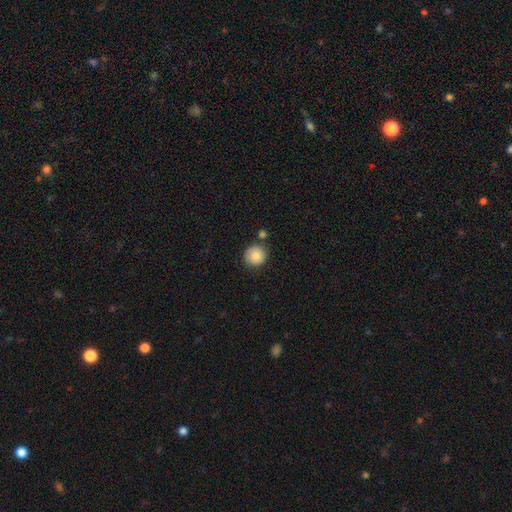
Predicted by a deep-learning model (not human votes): A smooth galaxy with no disk features (84%) that is round (91%). Merging: none (78%).